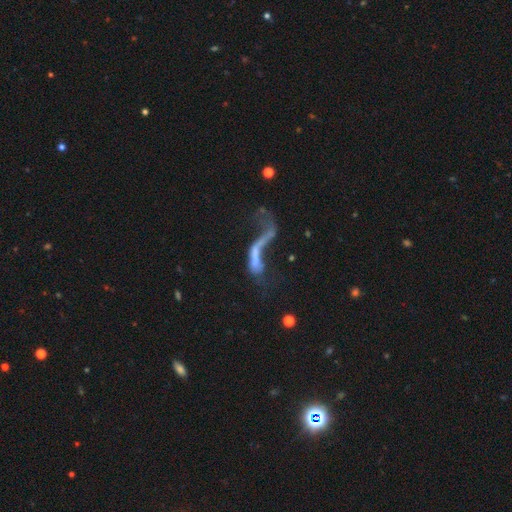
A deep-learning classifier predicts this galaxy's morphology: This is possibly a featured or disk galaxy (54%). It is clearly not viewed edge-on (87%). Merging: possibly major disturbance (49%).